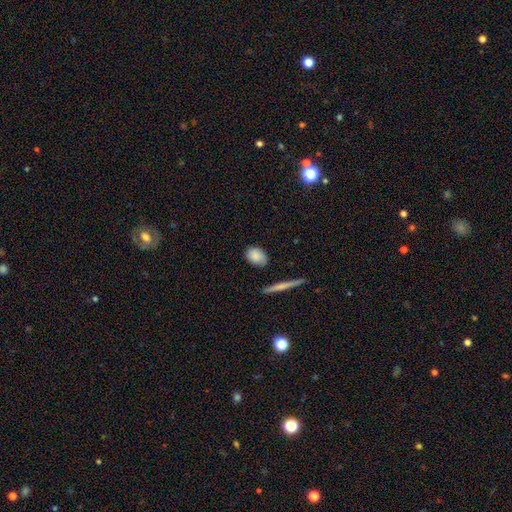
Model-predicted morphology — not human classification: Smooth or featured? Predicted: smooth (p=0.85). How rounded? Predicted: in between (p=0.76). Merging? Predicted: none (p=0.81).